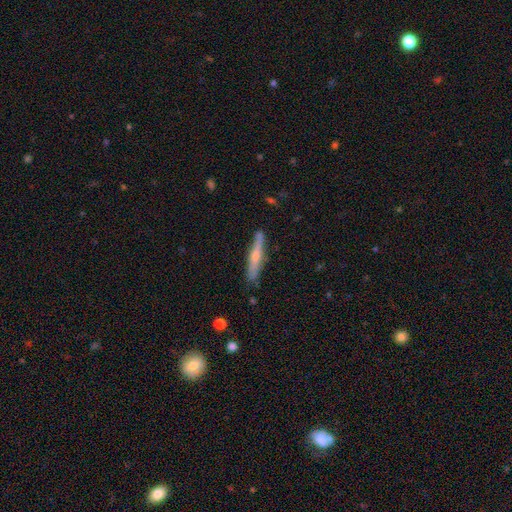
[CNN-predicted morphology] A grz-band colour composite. It shows a featured or disk galaxy (52%) viewed edge-on (94%). Merging: none (83%).